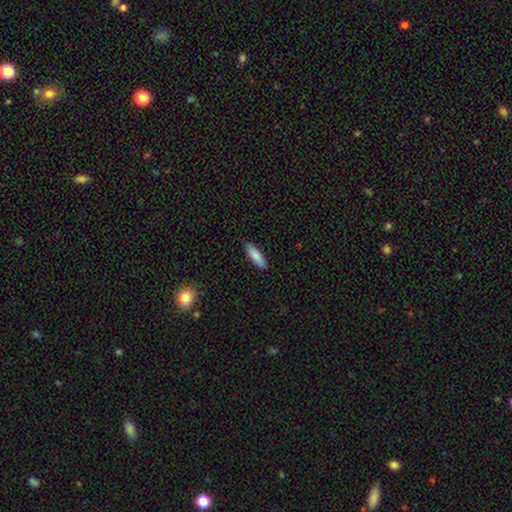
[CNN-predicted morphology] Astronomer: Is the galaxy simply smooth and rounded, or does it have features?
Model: smooth — 84%.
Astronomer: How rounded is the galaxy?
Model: cigar-shaped — 54% (runner-up: in between, 45%).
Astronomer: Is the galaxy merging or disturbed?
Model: none — 88%.